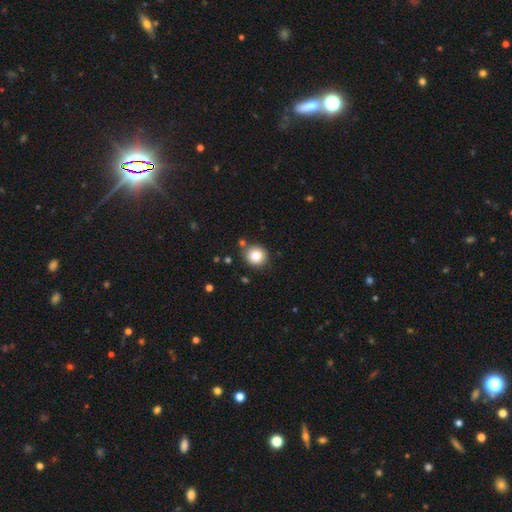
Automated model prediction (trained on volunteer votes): Smooth or featured?
  - smooth: 81% *
  - star or artifact: 11%
  - featured or disk: 8%
How rounded?
  - round: 90% *
  - in between: 9%
  - cigar-shaped: 1%
Merging?
  - none: 81% *
  - minor disturbance: 10%
  - merger: 6%
  - major disturbance: 3%